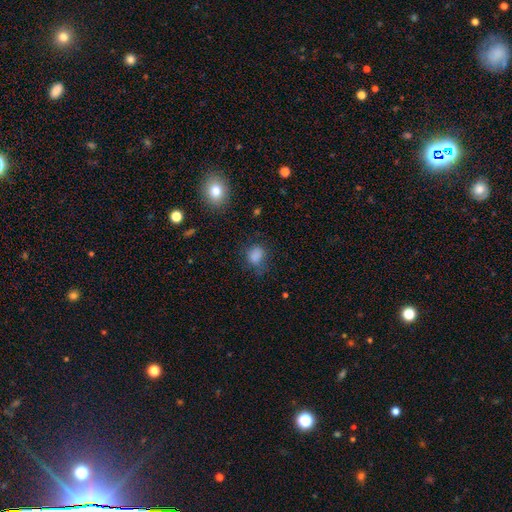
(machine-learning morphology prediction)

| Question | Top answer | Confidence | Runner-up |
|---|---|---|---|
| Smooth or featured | smooth | 81% | star or artifact (12%) |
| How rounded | in between | 51% | round (48%) |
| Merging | none | 57% | minor disturbance (26%) |